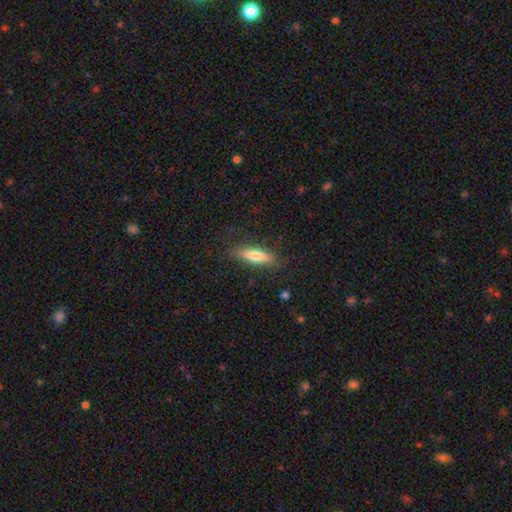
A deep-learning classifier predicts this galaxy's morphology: type=smooth (67%); roundness=cigar-shaped (63%); merging=none (82%).